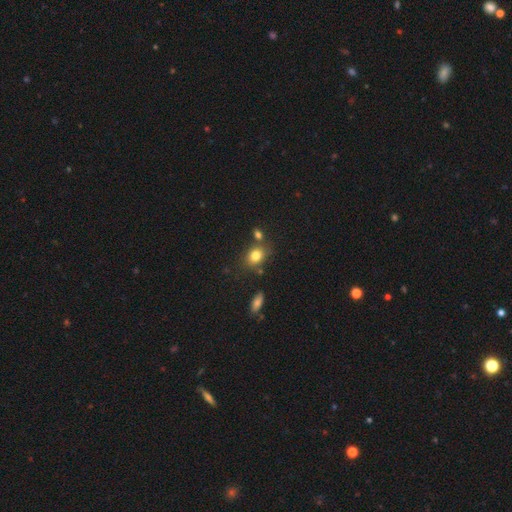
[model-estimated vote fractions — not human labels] Morphology: type=smooth (80%); roundness=in between (59%); merging=none (68%).